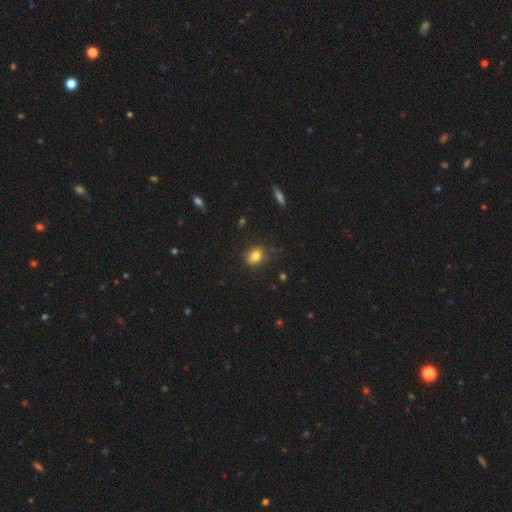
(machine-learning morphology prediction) This is likely a smooth galaxy (78%). How rounded: possibly round (49%, tied with in between). Merging: likely none (65%).